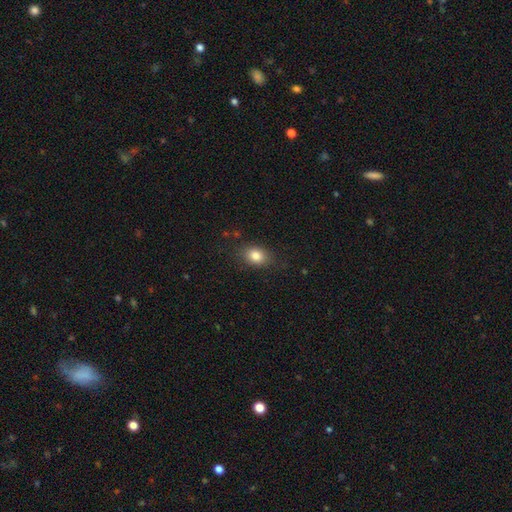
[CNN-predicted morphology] smooth-or-featured: smooth: 82% | star or artifact: 10% | featured or disk: 8%
  how-rounded: in between: 64% | round: 35% | cigar-shaped: 1%
  merging: none: 82% | minor disturbance: 13% | major disturbance: 4% | merger: 1%